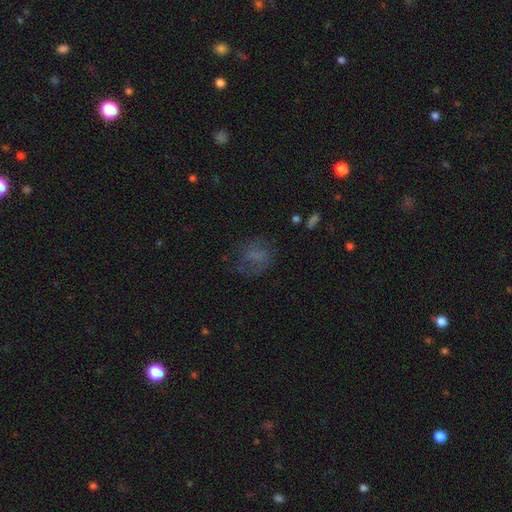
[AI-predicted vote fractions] smooth_or_featured: smooth (p=0.52) [alt: featured or disk p=0.29]
how_rounded: round (p=0.57) [alt: in between p=0.41]
merging: none (p=0.57) [alt: minor disturbance p=0.20]